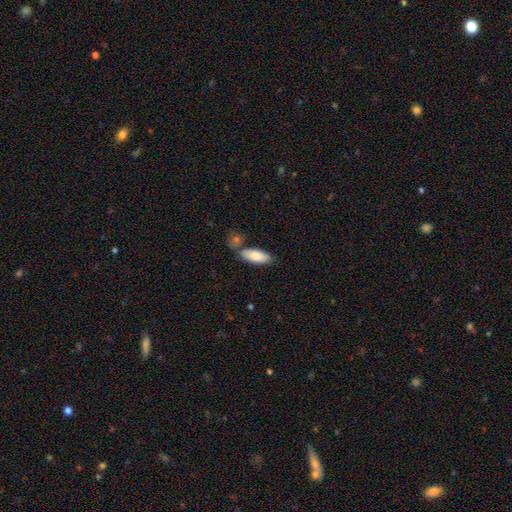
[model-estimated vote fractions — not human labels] Smooth or featured? smooth (82%)
How rounded? in between (80%)
Merging? none (72%)